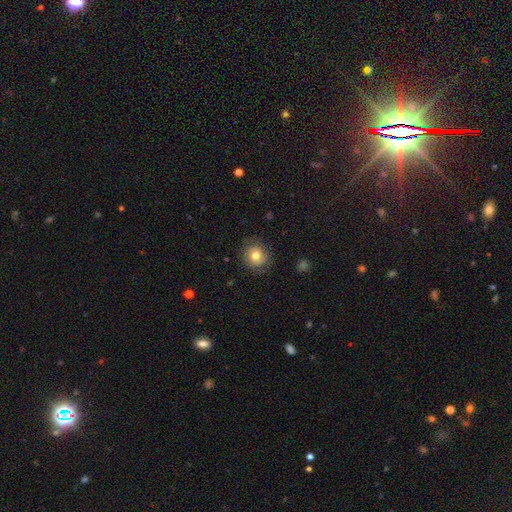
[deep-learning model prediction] A smooth galaxy with no disk features (68%) that is round (81%).

Vote fractions:
- Smooth or featured? smooth: 68% / featured or disk: 22% / star or artifact: 10%
- How rounded? round: 81% / in between: 18% / cigar-shaped: 1%
- Merging? none: 77% / minor disturbance: 16% / major disturbance: 6% / merger: 1%